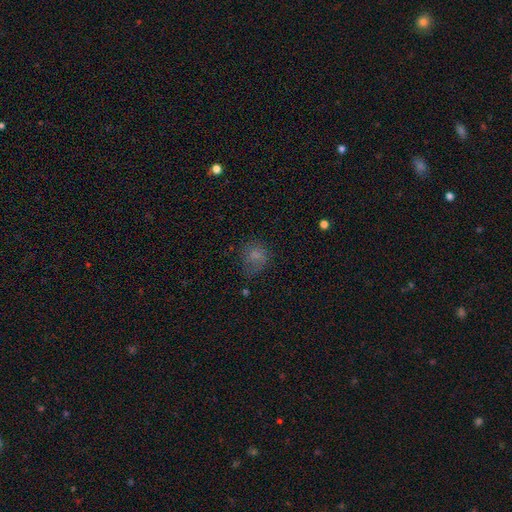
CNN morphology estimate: This is likely a smooth galaxy (71%). How rounded: likely round (65%). Merging: possibly none (49%).